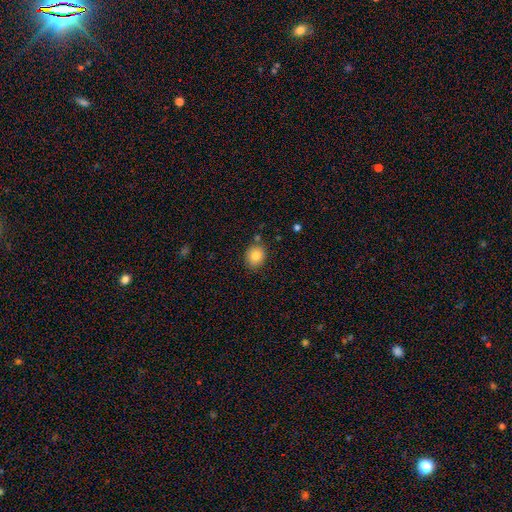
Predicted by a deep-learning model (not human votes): This appears to be a smooth galaxy with no disk features (84%) that is round (63%). Merging: none (78%).